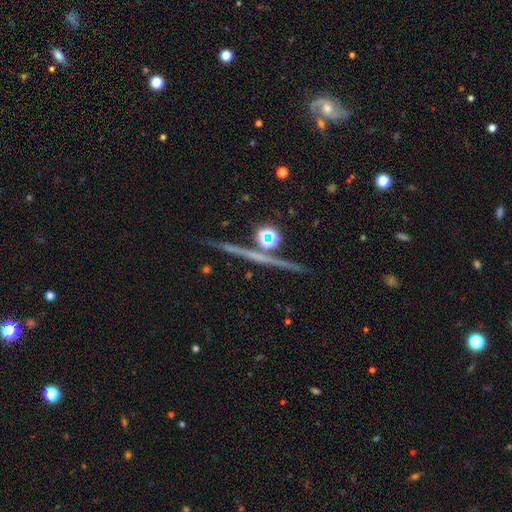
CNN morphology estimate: Smooth or featured: featured or disk — 50% (star or artifact — 34%)
Merging: none — 85% (minor disturbance — 7%)